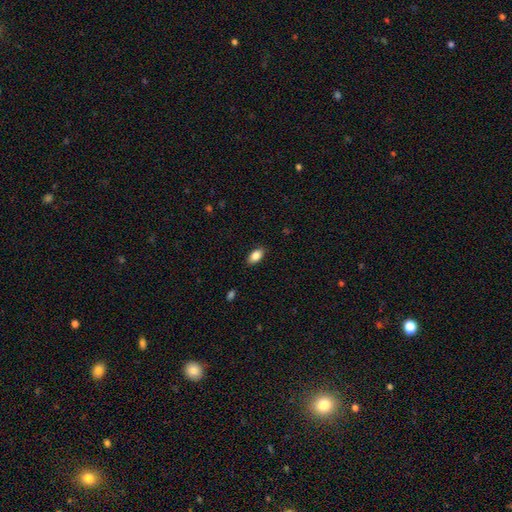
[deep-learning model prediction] A smooth galaxy with no disk features (86%) that is in between round and cigar-shaped (92%). Merging: none (87%).